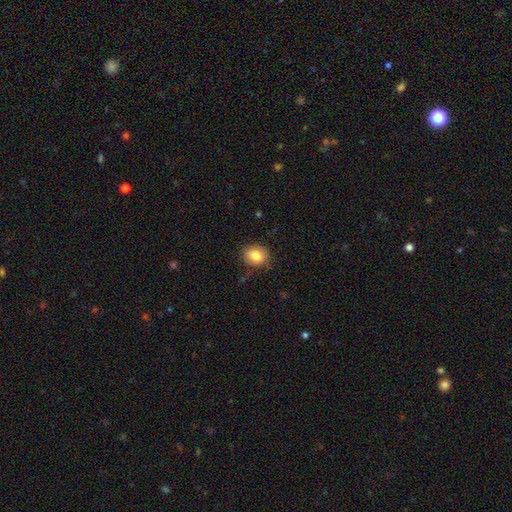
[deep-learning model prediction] smooth 83%, star or artifact 9%, featured or disk 8%. Down the decision tree: how rounded — round (51%); merging — none (81%).